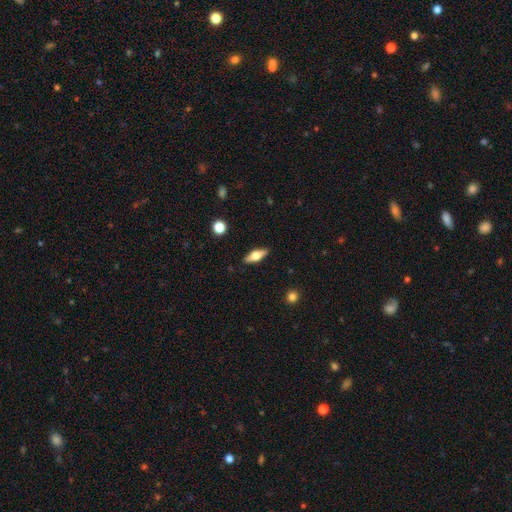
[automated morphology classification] A featured or disk galaxy (50%). Merging: none (89%).